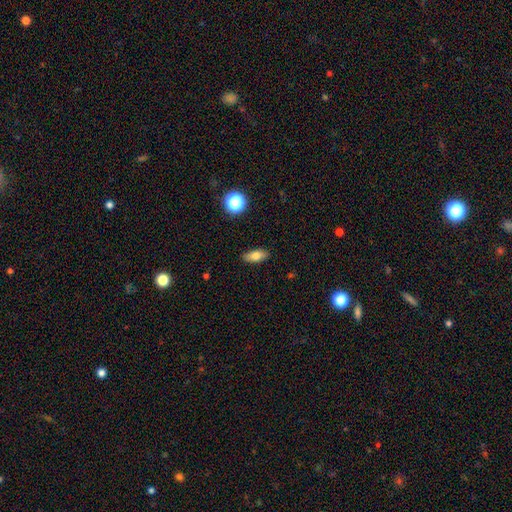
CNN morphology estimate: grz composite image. It shows a smooth galaxy with no disk features (75%) that is in between round and cigar-shaped (81%). Merging: none (87%).